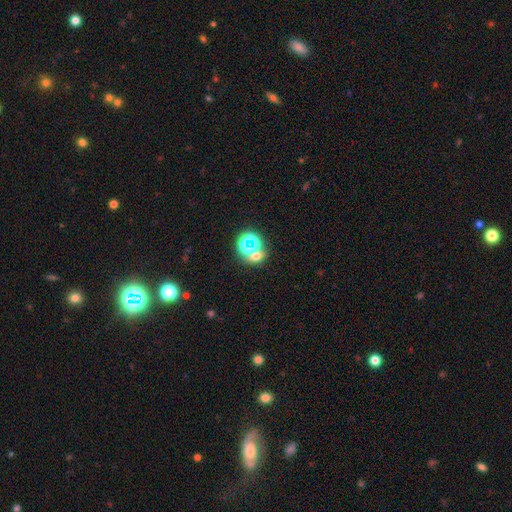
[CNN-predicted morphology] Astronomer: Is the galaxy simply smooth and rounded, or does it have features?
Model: star or artifact — 45% (runner-up: smooth, 43%).